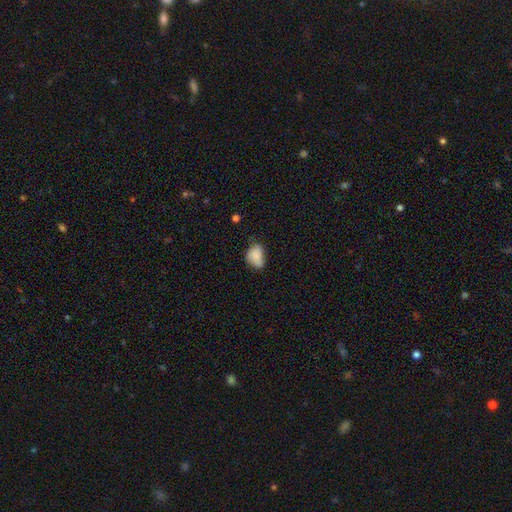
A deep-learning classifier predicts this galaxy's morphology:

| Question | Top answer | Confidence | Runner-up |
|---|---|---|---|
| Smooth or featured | smooth | 76% | featured or disk (15%) |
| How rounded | in between | 79% | round (20%) |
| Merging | minor disturbance | 41% | none (40%) |